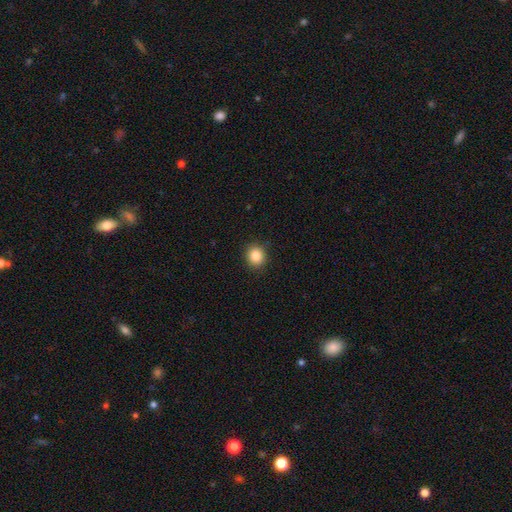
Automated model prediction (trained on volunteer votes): This is clearly a smooth galaxy (86%). How rounded: clearly round (82%). Merging: clearly none (89%).